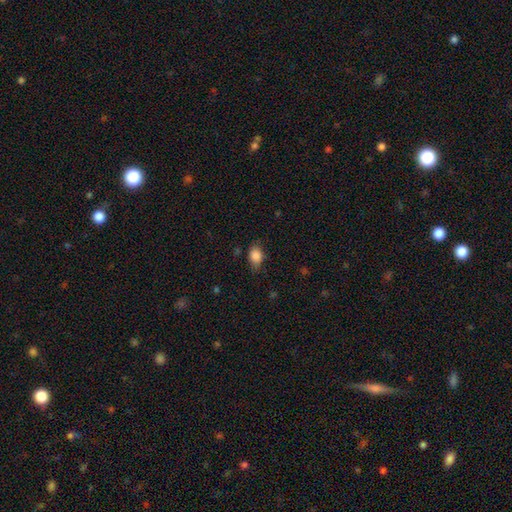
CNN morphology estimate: Smooth or featured? Predicted: smooth (p=0.86). How rounded? Predicted: in between (p=0.73). Merging? Predicted: none (p=0.67).